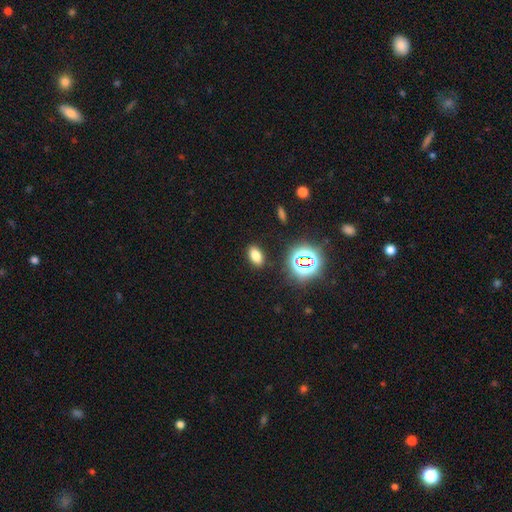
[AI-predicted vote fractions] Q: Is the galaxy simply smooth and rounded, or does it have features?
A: smooth — 70%.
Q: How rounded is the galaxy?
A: in between — 87%.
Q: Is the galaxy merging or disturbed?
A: none — 88%.